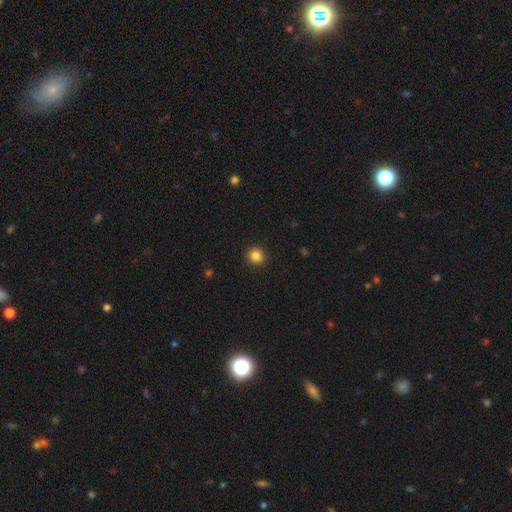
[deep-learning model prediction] A smooth galaxy with no disk features (85%) that is round (89%). Merging: none (92%).